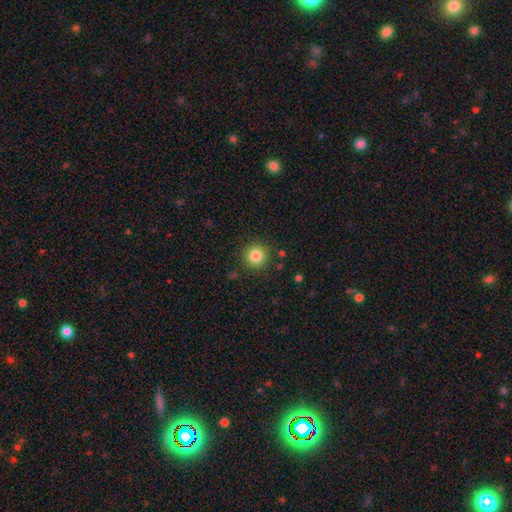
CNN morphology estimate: Q: Smooth or featured?
A: smooth (84%); runner-up: star or artifact (11%)
Q: How rounded?
A: round (95%); runner-up: in between (4%)
Q: Merging?
A: none (89%); runner-up: minor disturbance (7%)